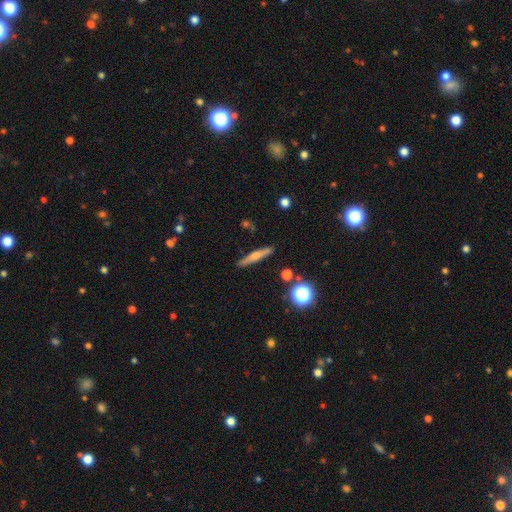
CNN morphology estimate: A smooth galaxy with no disk features (52%) that is cigar-shaped (89%).

Vote fractions:
- Smooth or featured? smooth: 52% / featured or disk: 39% / star or artifact: 9%
- How rounded? cigar-shaped: 89% / in between: 8% / round: 4%
- Merging? none: 87% / minor disturbance: 9% / merger: 2% / major disturbance: 2%